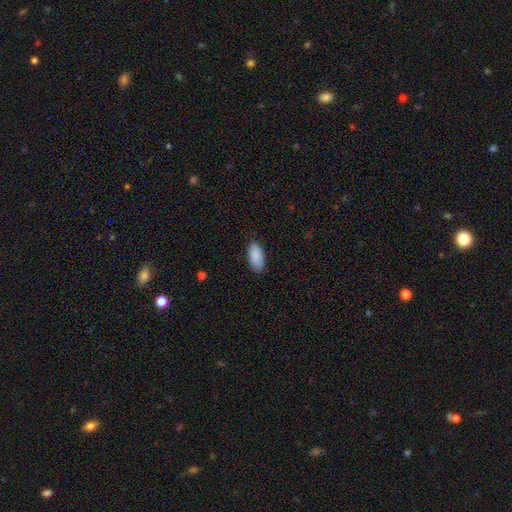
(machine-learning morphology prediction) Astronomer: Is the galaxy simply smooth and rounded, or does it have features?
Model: smooth — 91%.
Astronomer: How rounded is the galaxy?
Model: in between — 91%.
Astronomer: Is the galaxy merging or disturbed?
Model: none — 87%.